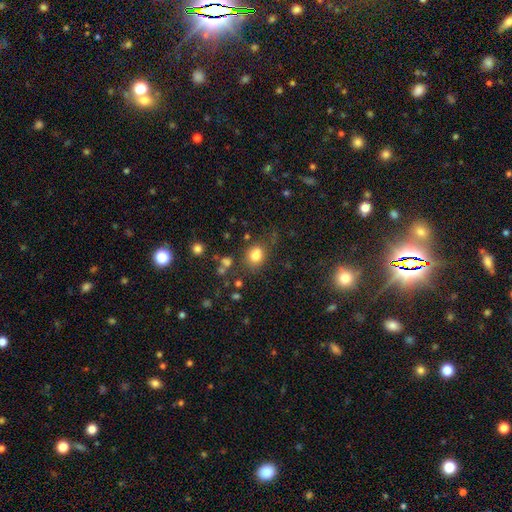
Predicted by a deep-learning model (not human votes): Smooth or featured? smooth (78%)
How rounded? round (60%)
Merging? none (67%)